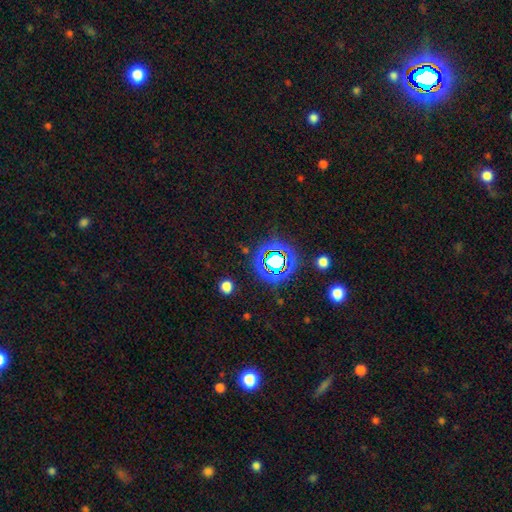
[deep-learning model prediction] This appears to be a star or artifact, not a galaxy (75%).